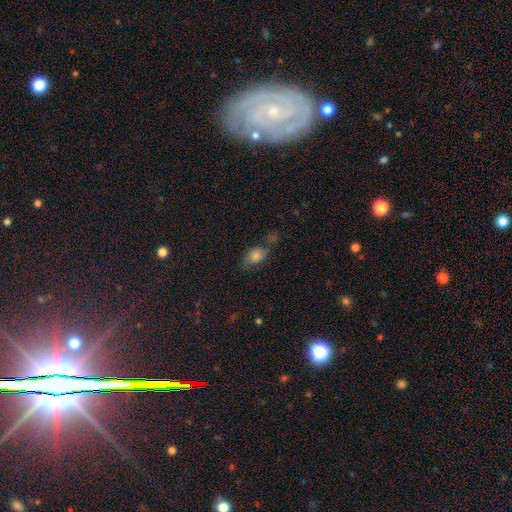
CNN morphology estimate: Q: Smooth or featured?
A: smooth (68%); runner-up: featured or disk (17%)
Q: How rounded?
A: in between (72%); runner-up: round (25%)
Q: Merging?
A: none (48%); runner-up: minor disturbance (23%)